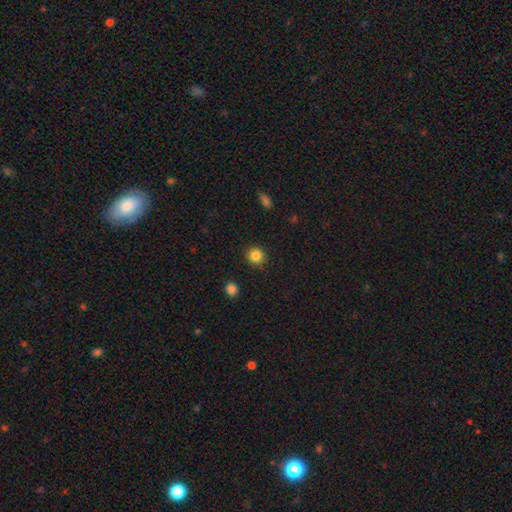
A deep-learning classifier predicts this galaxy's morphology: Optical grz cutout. It shows a smooth galaxy with no disk features (85%) that is round (89%). Merging: none (89%).